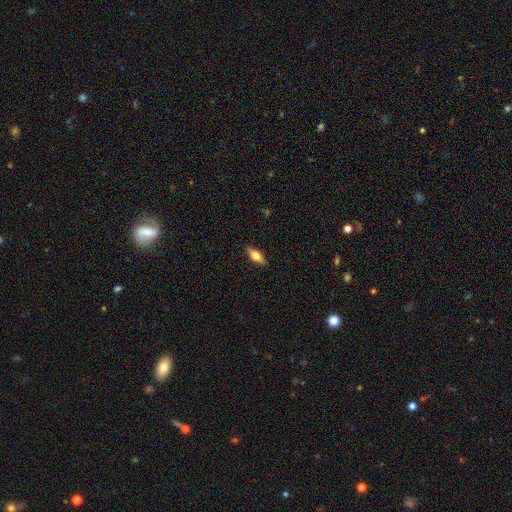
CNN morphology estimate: Smooth or featured?
  - smooth: 65% *
  - featured or disk: 28%
  - star or artifact: 7%
How rounded?
  - in between: 71% *
  - cigar-shaped: 25%
  - round: 3%
Merging?
  - none: 89% *
  - minor disturbance: 8%
  - major disturbance: 2%
  - merger: 1%